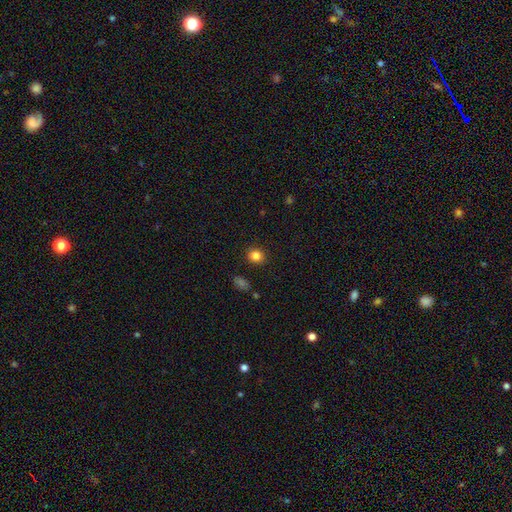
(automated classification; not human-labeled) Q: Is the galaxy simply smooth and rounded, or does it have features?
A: smooth — 83%.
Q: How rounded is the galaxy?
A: round — 77%.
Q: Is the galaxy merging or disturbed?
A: none — 89%.